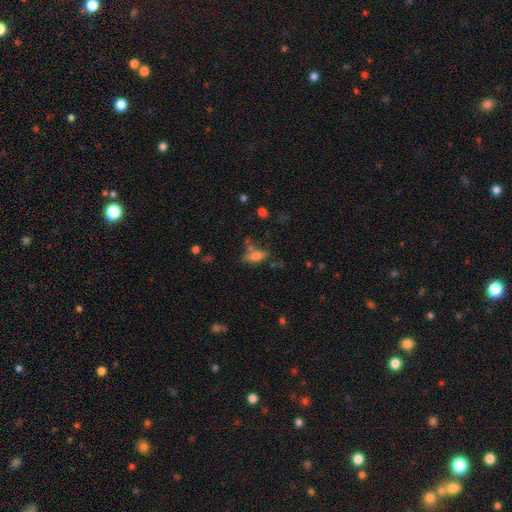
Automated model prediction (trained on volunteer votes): The model was most divided on "how rounded": in between: 64%, cigar-shaped: 33%, round: 3%. More confident: smooth or featured — smooth (67%); merging — none (59%).